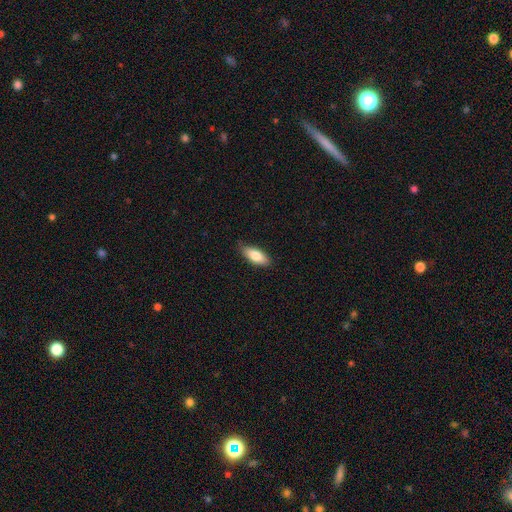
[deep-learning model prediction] smooth_or_featured: smooth (p=0.79) [alt: featured or disk p=0.15]
how_rounded: in between (p=0.75) [alt: cigar-shaped p=0.23]
merging: none (p=0.81) [alt: minor disturbance p=0.16]